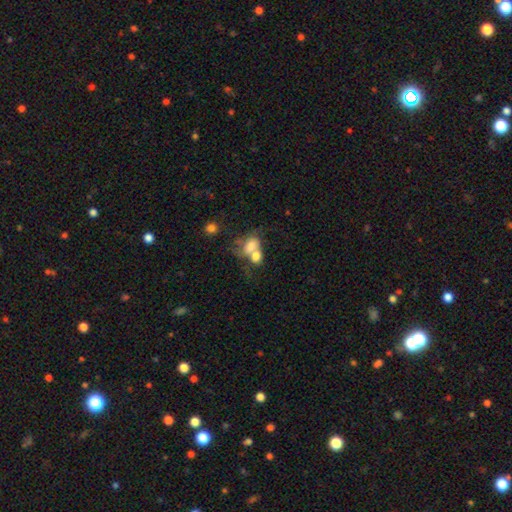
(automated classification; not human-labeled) smooth-or-featured: smooth: 64% | featured or disk: 25% | star or artifact: 11%
  how-rounded: in between: 68% | round: 31% | cigar-shaped: 2%
  merging: merger: 66% | none: 16% | major disturbance: 10% | minor disturbance: 8%